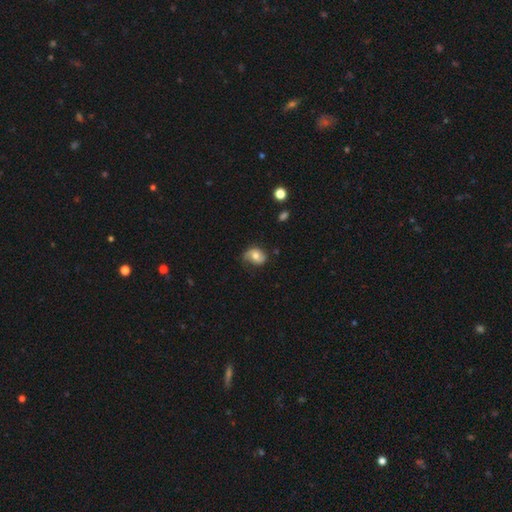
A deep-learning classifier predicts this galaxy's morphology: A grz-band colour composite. It shows a smooth galaxy with no disk features (52%) that is in between round and cigar-shaped (57%). Merging: none (55%).